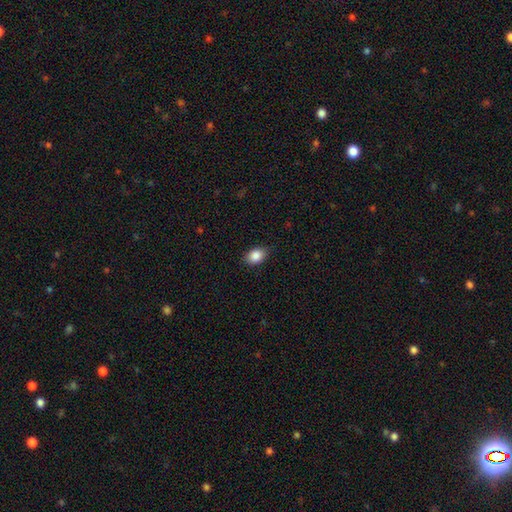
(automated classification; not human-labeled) Overall: smooth (87%). How rounded: in between (78%). Merging: none (83%).